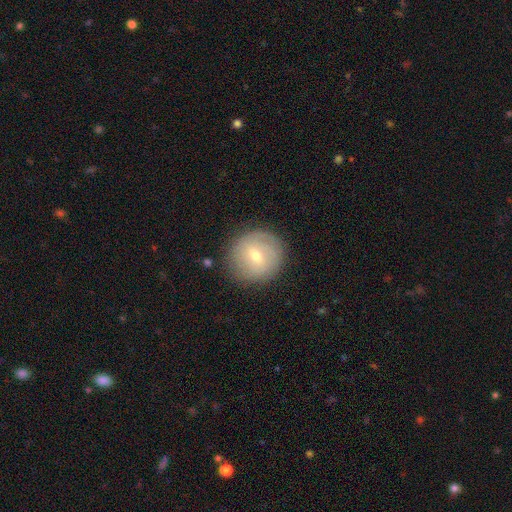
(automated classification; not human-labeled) Q: Smooth or featured?
A: smooth (56%); runner-up: featured or disk (35%)
Q: How rounded?
A: round (92%); runner-up: in between (7%)
Q: Merging?
A: none (86%); runner-up: minor disturbance (10%)